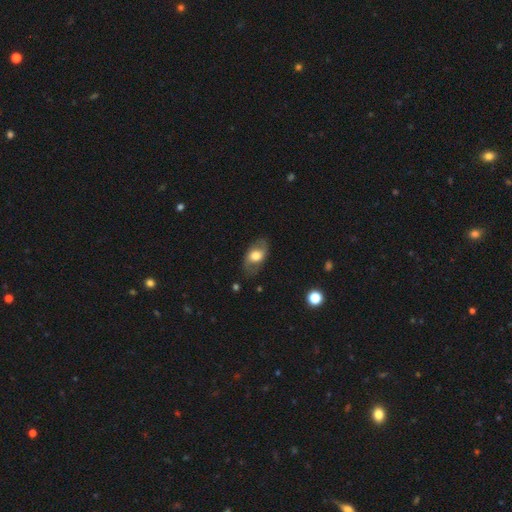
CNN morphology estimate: Smooth or featured: featured or disk — 49% (smooth — 44%)
Merging: none — 77% (minor disturbance — 16%)